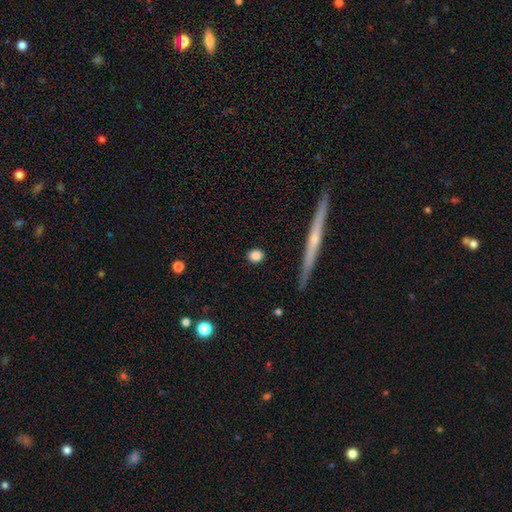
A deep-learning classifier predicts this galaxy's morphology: Q: Smooth or featured?
A: smooth (84%); runner-up: star or artifact (9%)
Q: How rounded?
A: round (68%); runner-up: in between (28%)
Q: Merging?
A: none (89%); runner-up: minor disturbance (7%)